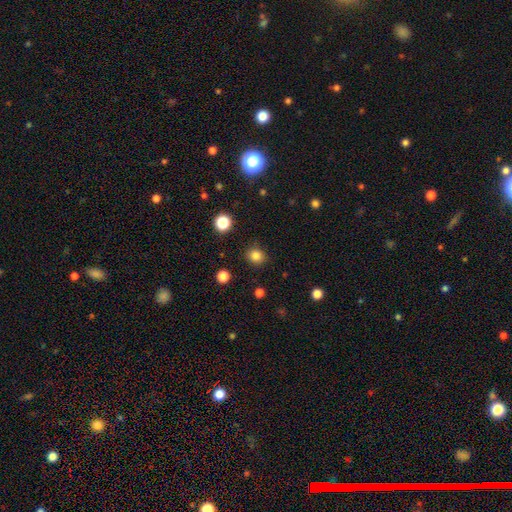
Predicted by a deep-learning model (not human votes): This is clearly a smooth galaxy (83%). How rounded: clearly round (83%). Merging: clearly none (89%).